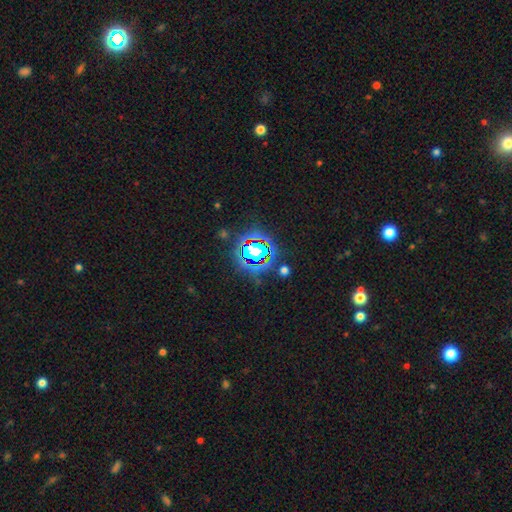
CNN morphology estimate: Smooth or featured?
  - star or artifact: 82% *
  - smooth: 11%
  - featured or disk: 7%